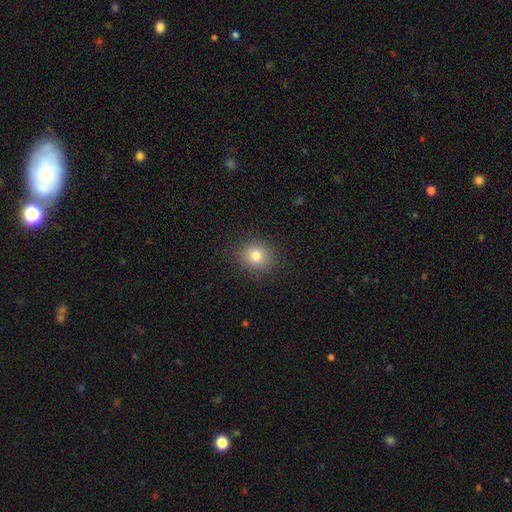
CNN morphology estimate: This appears to be a smooth galaxy with no disk features (80%) that is round (79%). Merging: none (89%).